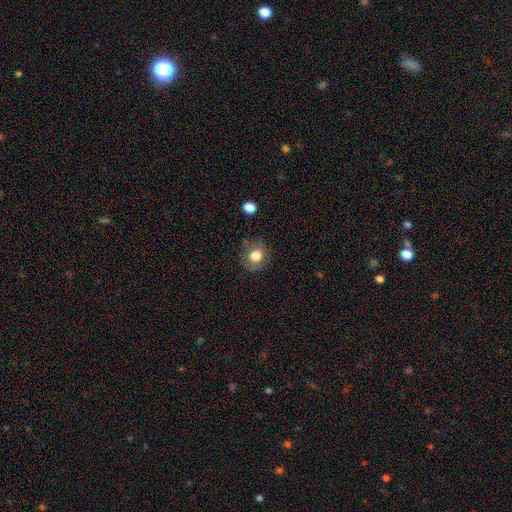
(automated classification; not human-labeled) smooth-or-featured: smooth: 80% | featured or disk: 10% | star or artifact: 10%
  how-rounded: round: 78% | in between: 21% | cigar-shaped: 1%
  merging: none: 81% | minor disturbance: 14% | major disturbance: 4% | merger: 2%